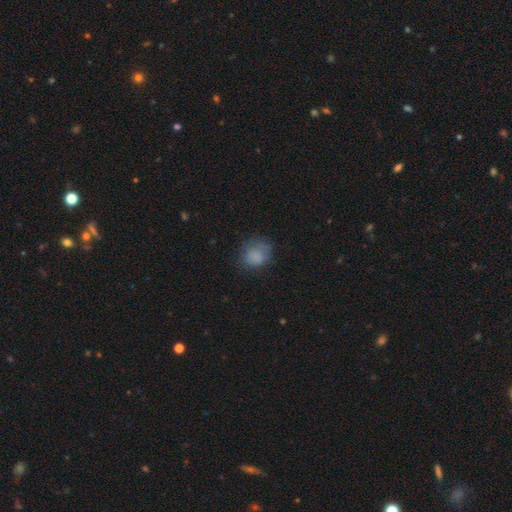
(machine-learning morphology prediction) smooth_or_featured: smooth (p=0.80) [alt: star or artifact p=0.11]
how_rounded: round (p=0.63) [alt: in between p=0.37]
merging: none (p=0.64) [alt: minor disturbance p=0.24]